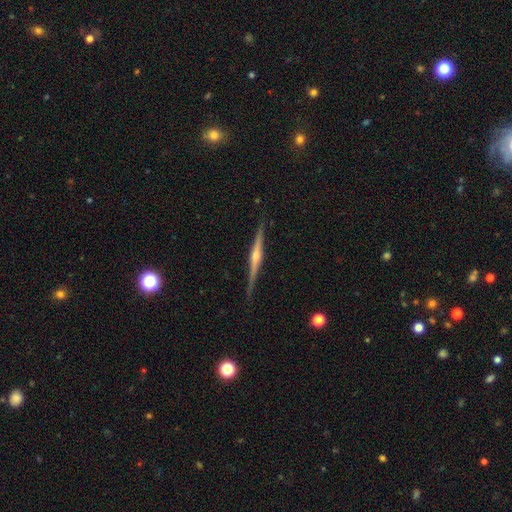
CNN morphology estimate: smooth_or_featured: featured or disk (p=0.83) [alt: smooth p=0.11]
disk_edge_on: yes (p=0.98) [alt: no p=0.02]
edge_on_bulge: rounded (p=0.85) [alt: none p=0.08]
merging: none (p=0.89) [alt: minor disturbance p=0.08]